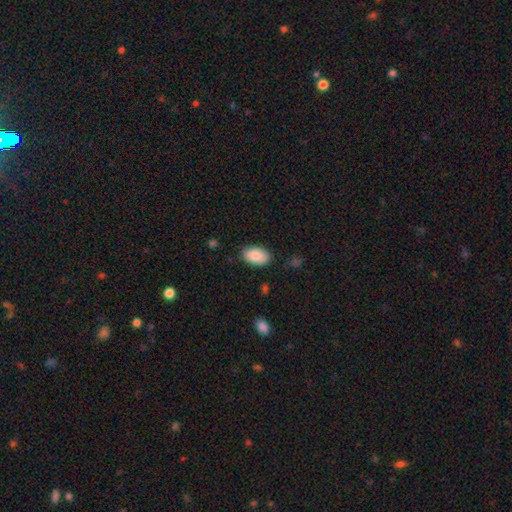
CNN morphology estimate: Smooth or featured? Predicted: smooth (p=0.88). How rounded? Predicted: in between (p=0.93). Merging? Predicted: none (p=0.83).